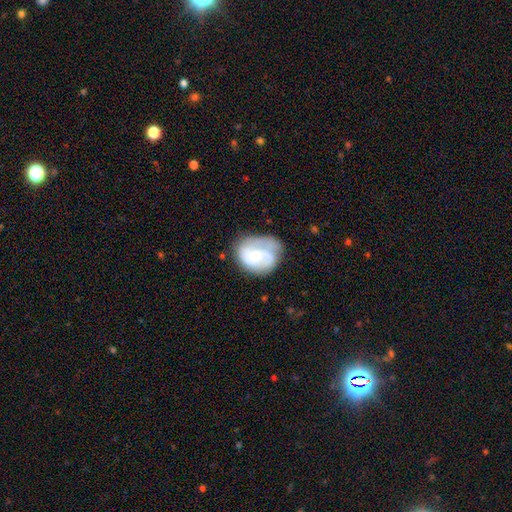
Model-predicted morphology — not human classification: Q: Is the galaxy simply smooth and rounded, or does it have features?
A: featured or disk — 63%.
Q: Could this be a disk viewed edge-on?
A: no — 98%.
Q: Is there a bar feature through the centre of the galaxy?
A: no — 65%.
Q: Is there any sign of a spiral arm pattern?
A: yes — 84%.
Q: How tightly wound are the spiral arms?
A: medium — 41%.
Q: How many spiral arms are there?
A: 2 — 47%.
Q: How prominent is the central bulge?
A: small — 52%.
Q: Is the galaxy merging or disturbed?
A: none — 52%.